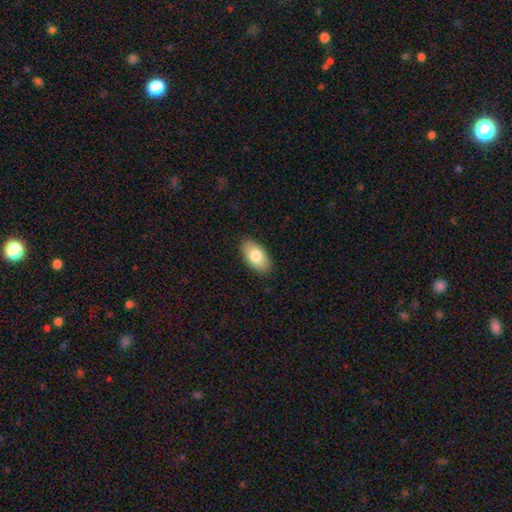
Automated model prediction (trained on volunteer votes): The model was most divided on "smooth or featured": smooth: 78%, featured or disk: 16%, star or artifact: 6%. More confident: how rounded — in between (94%); merging — none (88%).